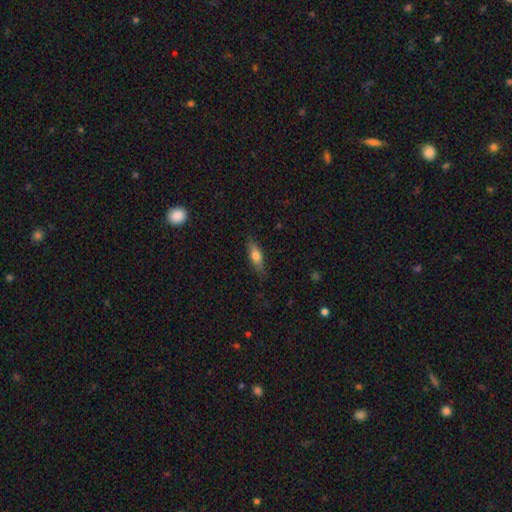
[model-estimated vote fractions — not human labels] smooth-or-featured: smooth: 70% | featured or disk: 23% | star or artifact: 7%
  how-rounded: in between: 59% | cigar-shaped: 38% | round: 3%
  merging: none: 80% | minor disturbance: 15% | major disturbance: 3% | merger: 1%